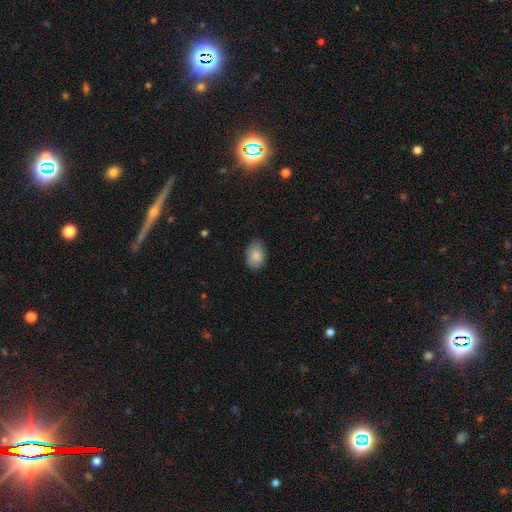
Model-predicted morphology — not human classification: Overall: smooth (86%). How rounded: in between (86%). Merging: none (80%).